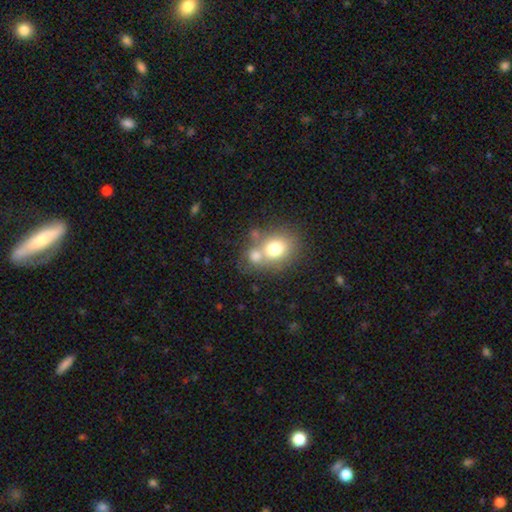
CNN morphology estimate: smooth-or-featured: smooth: 72% | featured or disk: 16% | star or artifact: 11%
  how-rounded: round: 66% | in between: 32% | cigar-shaped: 1%
  merging: merger: 50% | none: 36% | minor disturbance: 9% | major disturbance: 5%